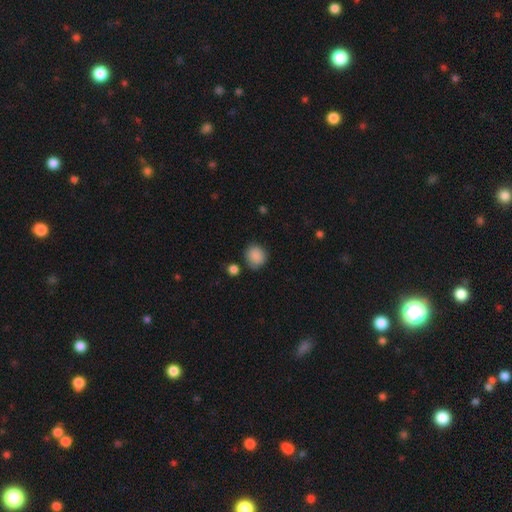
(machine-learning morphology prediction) This is clearly a smooth galaxy (87%). How rounded: clearly round (81%). Merging: likely none (77%).